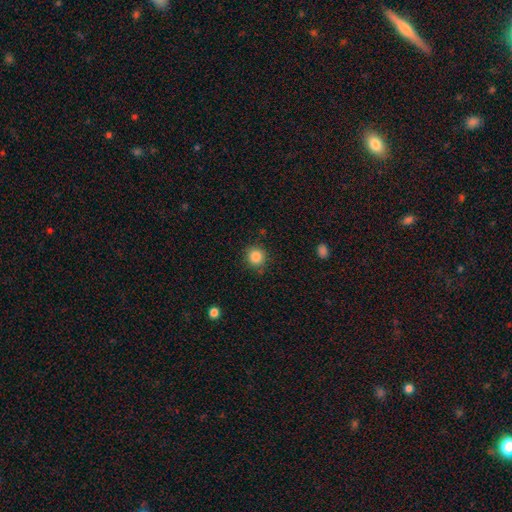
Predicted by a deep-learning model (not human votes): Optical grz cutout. It shows a smooth galaxy with no disk features (85%) that is round (90%). Merging: none (85%).